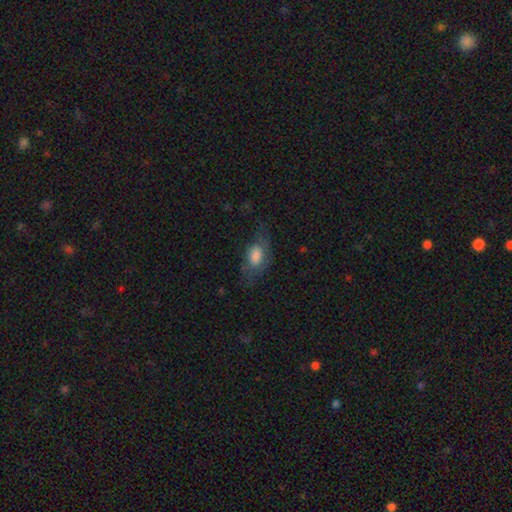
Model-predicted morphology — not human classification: A smooth galaxy with no disk features (63%) that is in between round and cigar-shaped (84%). Merging: none (52%).